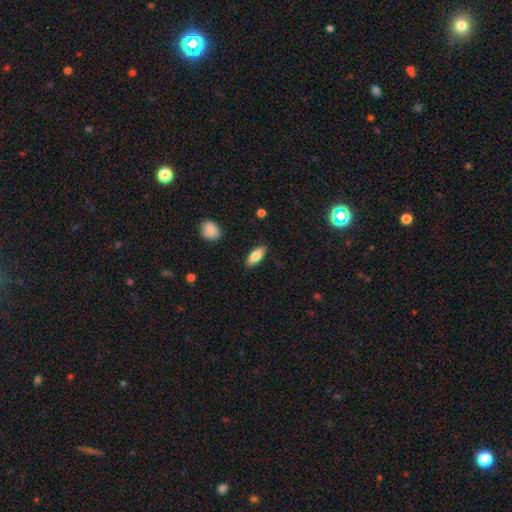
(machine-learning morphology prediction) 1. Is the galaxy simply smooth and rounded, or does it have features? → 79% smooth, 14% featured or disk, 6% star or artifact.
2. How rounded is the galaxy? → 79% in between, 19% cigar-shaped, 2% round.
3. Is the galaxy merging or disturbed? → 88% none, 9% minor disturbance, 2% major disturbance, 1% merger.